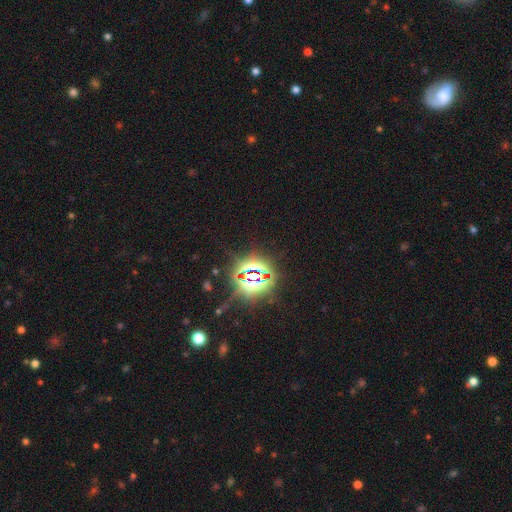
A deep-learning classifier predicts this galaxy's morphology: This appears to be a star or artifact, not a galaxy (83%).